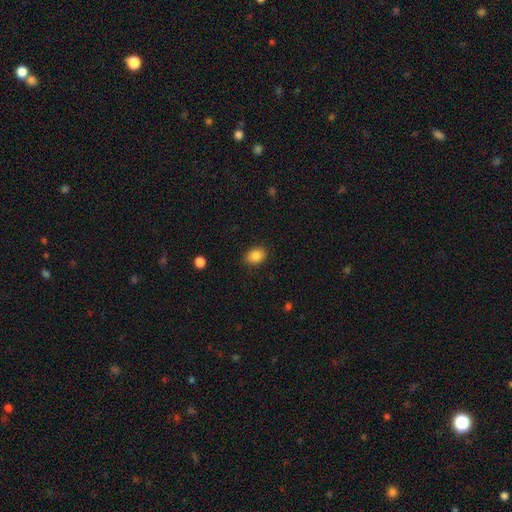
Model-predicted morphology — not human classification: The model was most divided on "how rounded": in between: 68%, round: 31%, cigar-shaped: 1%. More confident: smooth or featured — smooth (87%); merging — none (86%).